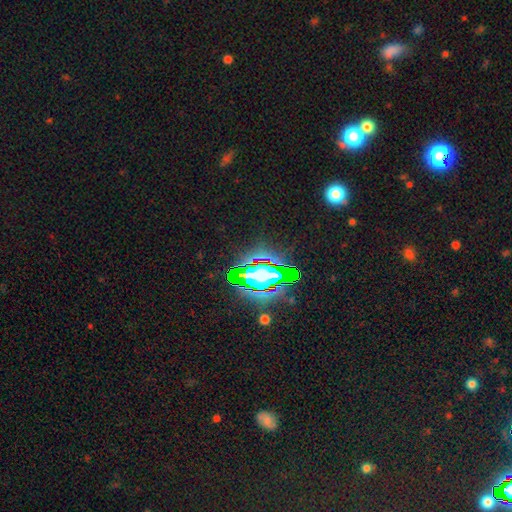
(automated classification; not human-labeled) Smooth or featured? Predicted: star or artifact (p=0.81).